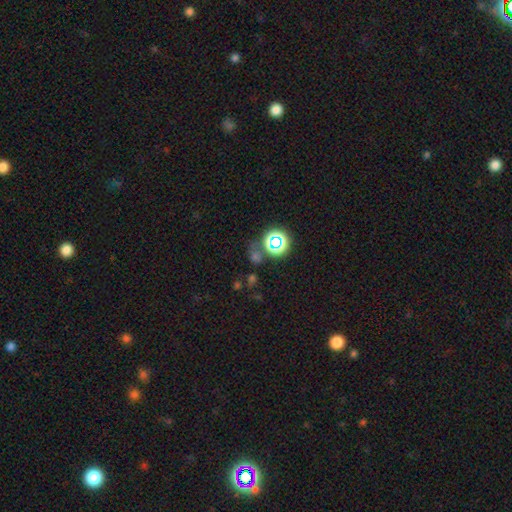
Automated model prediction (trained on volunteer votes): Smooth or featured? Predicted: star or artifact (p=0.51).